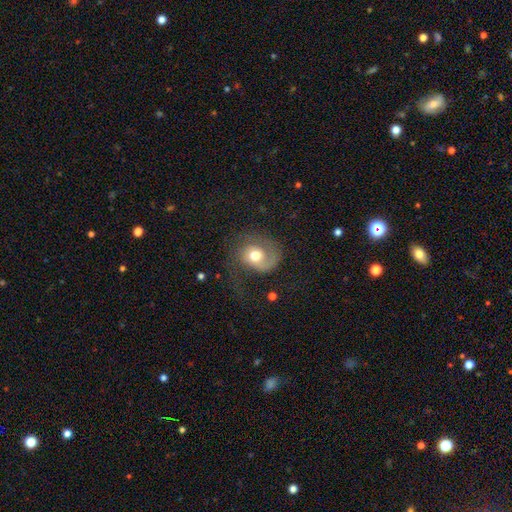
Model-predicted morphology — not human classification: The model was most divided on "merging": none: 43%, major disturbance: 33%, minor disturbance: 21%, merger: 2%. More confident: edge-on disk — no (97%); spiral arms — yes (81%); bar — no (76%); bulge size — moderate (70%); smooth or featured — featured or disk (53%).